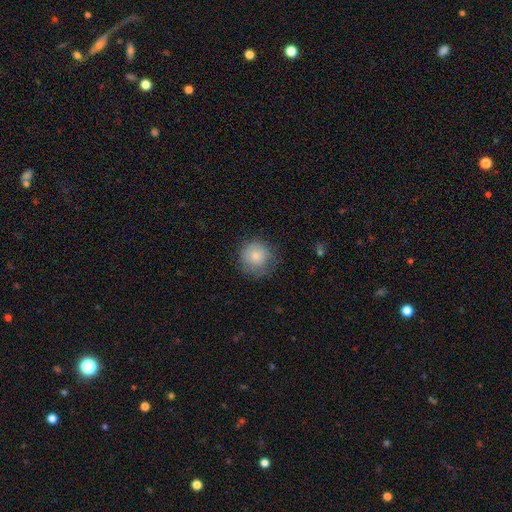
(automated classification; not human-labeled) Smooth or featured? Predicted: smooth (p=0.81). How rounded? Predicted: round (p=0.93). Merging? Predicted: none (p=0.71).